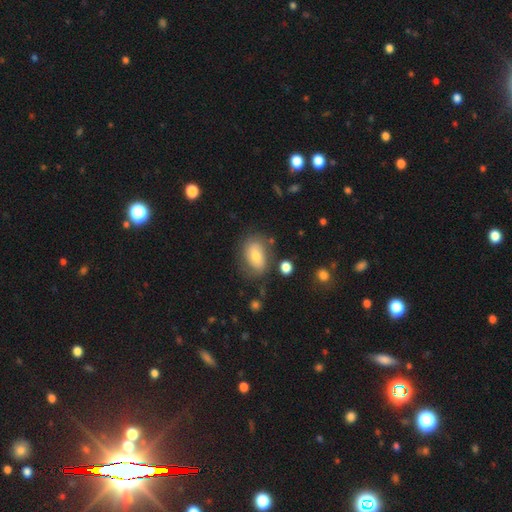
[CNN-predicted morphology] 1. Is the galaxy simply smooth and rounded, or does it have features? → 57% smooth, 34% featured or disk, 9% star or artifact.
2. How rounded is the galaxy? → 84% in between, 14% round, 2% cigar-shaped.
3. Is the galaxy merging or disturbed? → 70% none, 19% minor disturbance, 8% major disturbance, 3% merger.